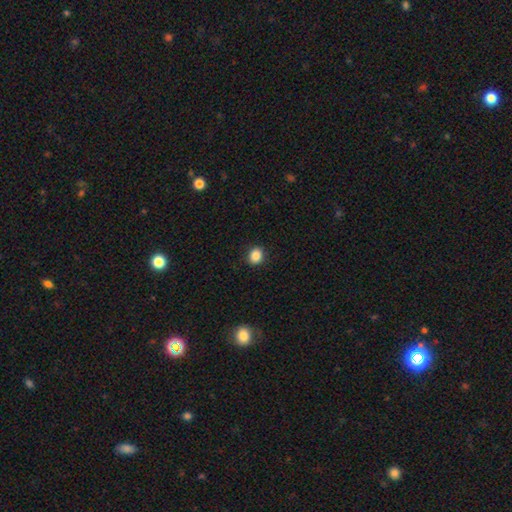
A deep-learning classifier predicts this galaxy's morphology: Smooth or featured? Predicted: smooth (p=0.87). How rounded? Predicted: round (p=0.68). Merging? Predicted: none (p=0.90).